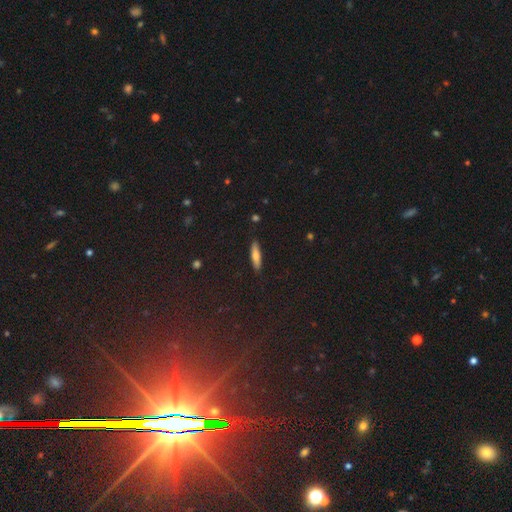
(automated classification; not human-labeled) The model was most divided on "smooth or featured": smooth: 64%, featured or disk: 28%, star or artifact: 8%. More confident: merging — none (89%); how rounded — cigar-shaped (74%).